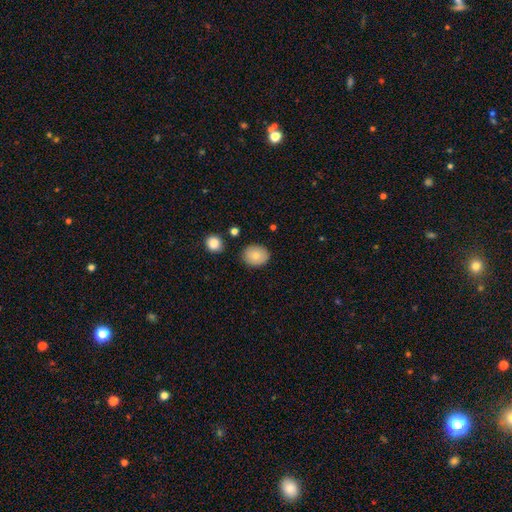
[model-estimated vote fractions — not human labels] smooth 79%, featured or disk 12%, star or artifact 8%. Down the decision tree: how rounded — round (61%); merging — none (83%).